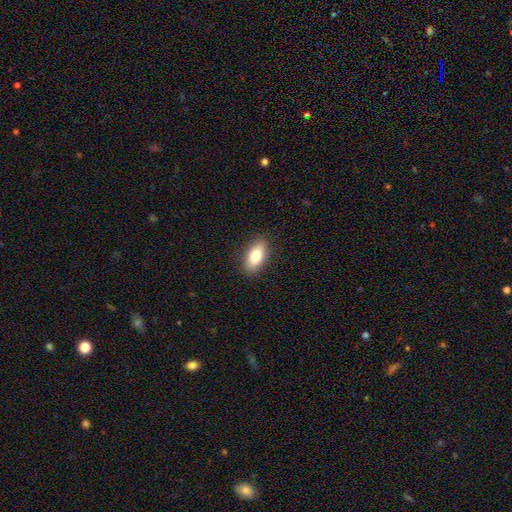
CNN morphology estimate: smooth 78%, featured or disk 15%, star or artifact 7%. Down the decision tree: how rounded — in between (88%); merging — none (88%).